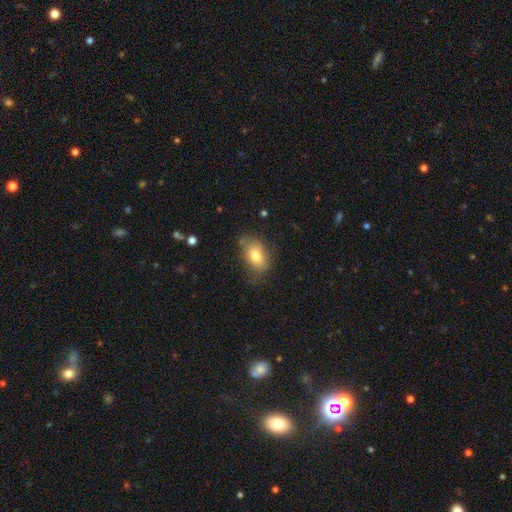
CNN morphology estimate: smooth_or_featured: smooth (p=0.76) [alt: featured or disk p=0.16]
how_rounded: in between (p=0.84) [alt: round p=0.14]
merging: none (p=0.67) [alt: minor disturbance p=0.24]